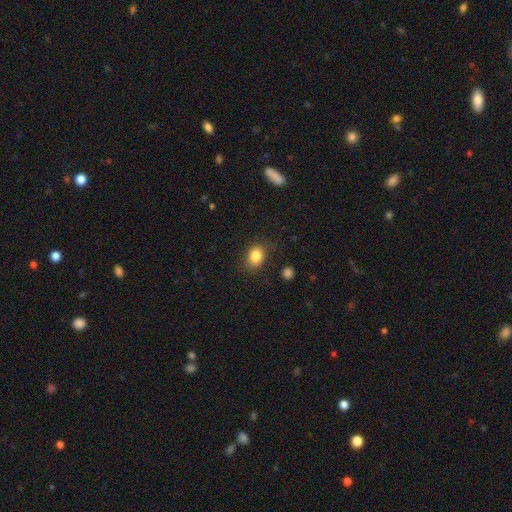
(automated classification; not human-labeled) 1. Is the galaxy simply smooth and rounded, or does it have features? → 84% smooth, 10% star or artifact, 7% featured or disk.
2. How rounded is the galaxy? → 61% in between, 38% round, 1% cigar-shaped.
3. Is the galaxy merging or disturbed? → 81% none, 14% minor disturbance, 4% major disturbance, 2% merger.